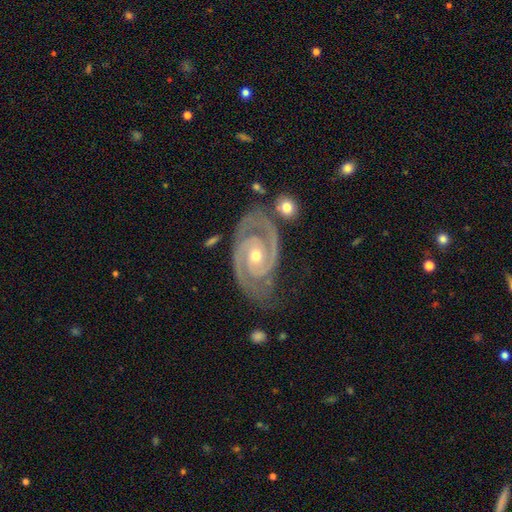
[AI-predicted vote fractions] A featured or disk galaxy (93%) with no bar (63%), 2 (90%) tight (70%) spiral arms (99%) and a moderate central bulge (56%).

Vote fractions:
- Smooth or featured? featured or disk: 93% / star or artifact: 4% / smooth: 3%
- Edge-on disk? no: 98% / yes: 2%
- Bar? no: 63% / weak: 26% / strong: 12%
- Spiral arms? yes: 99% / no: 1%
- Spiral winding? tight: 70% / medium: 26% / loose: 3%
- Spiral arm count? 2: 90% / 3: 4% / can't tell: 2% / 1: 1% / 4: 1% / more than 4: 1%
- Bulge size? moderate: 56% / small: 41% / large: 1% / none: 1% / dominant: 1%
- Merging? none: 73% / minor disturbance: 18% / major disturbance: 5% / merger: 4%